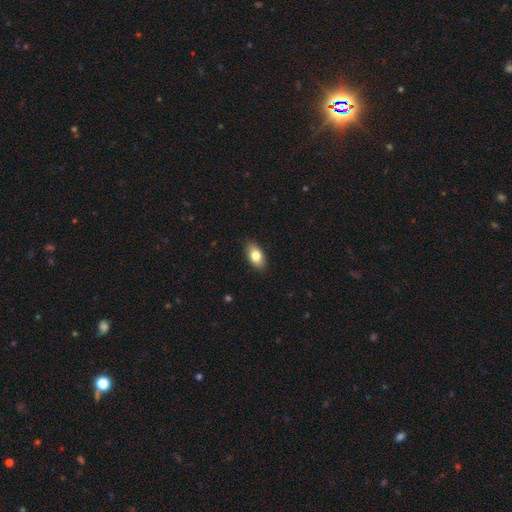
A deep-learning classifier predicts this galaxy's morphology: smooth 80%, featured or disk 13%, star or artifact 7%. Down the decision tree: how rounded — in between (92%); merging — none (88%).